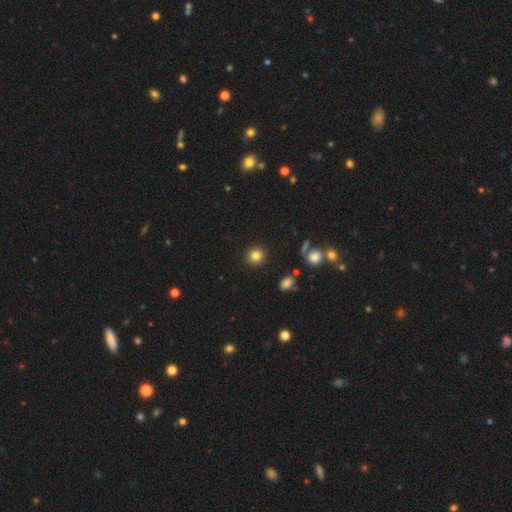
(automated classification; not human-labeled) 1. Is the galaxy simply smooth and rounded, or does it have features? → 82% smooth, 12% star or artifact, 6% featured or disk.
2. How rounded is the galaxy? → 90% round, 9% in between, 1% cigar-shaped.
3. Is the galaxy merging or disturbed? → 91% none, 5% minor disturbance, 2% major disturbance, 2% merger.